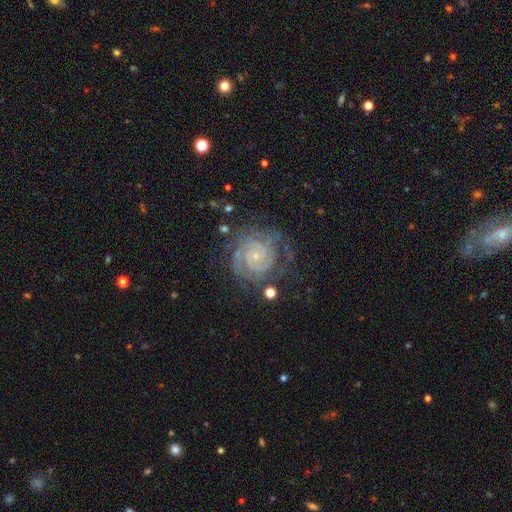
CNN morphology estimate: smooth_or_featured: featured or disk (p=0.88) [alt: star or artifact p=0.06]
disk_edge_on: no (p=0.98) [alt: yes p=0.02]
bar: no (p=0.72) [alt: weak p=0.21]
has_spiral_arms: yes (p=0.98) [alt: no p=0.02]
spiral_winding: tight (p=0.80) [alt: medium p=0.18]
spiral_arm_count: 2 (p=0.44) [alt: 3 p=0.21]
bulge_size: small (p=0.84) [alt: moderate p=0.11]
merging: none (p=0.72) [alt: minor disturbance p=0.18]